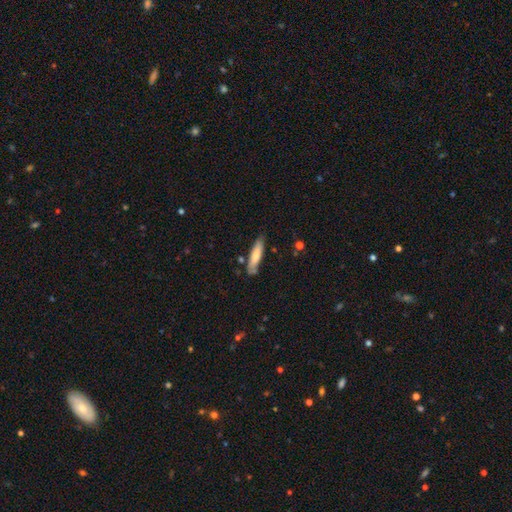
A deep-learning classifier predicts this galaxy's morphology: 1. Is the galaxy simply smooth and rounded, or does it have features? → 71% smooth, 23% featured or disk, 6% star or artifact.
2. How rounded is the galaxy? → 74% cigar-shaped, 24% in between, 1% round.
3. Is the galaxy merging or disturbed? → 76% none, 17% minor disturbance, 4% merger, 3% major disturbance.